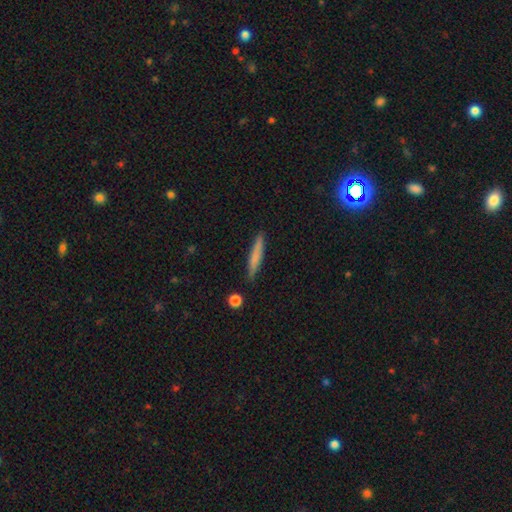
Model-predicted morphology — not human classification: Smooth or featured?
  - smooth: 68% *
  - featured or disk: 25%
  - star or artifact: 7%
How rounded?
  - cigar-shaped: 93% *
  - in between: 5%
  - round: 2%
Merging?
  - none: 86% *
  - minor disturbance: 10%
  - merger: 2%
  - major disturbance: 2%